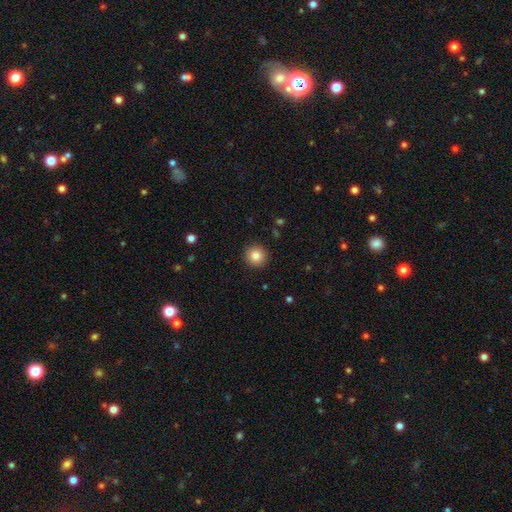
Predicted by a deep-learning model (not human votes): Smooth or featured: smooth — 83% (star or artifact — 10%)
How rounded: round — 95% (in between — 4%)
Merging: none — 92% (minor disturbance — 5%)